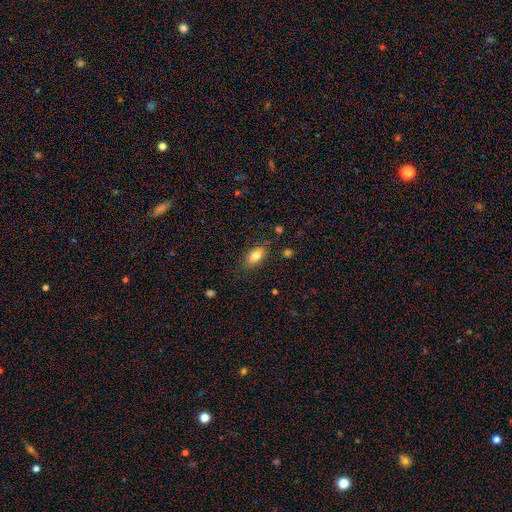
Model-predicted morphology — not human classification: smooth-or-featured: smooth: 80% | featured or disk: 11% | star or artifact: 8%
  how-rounded: in between: 89% | round: 7% | cigar-shaped: 4%
  merging: none: 81% | minor disturbance: 14% | major disturbance: 3% | merger: 2%